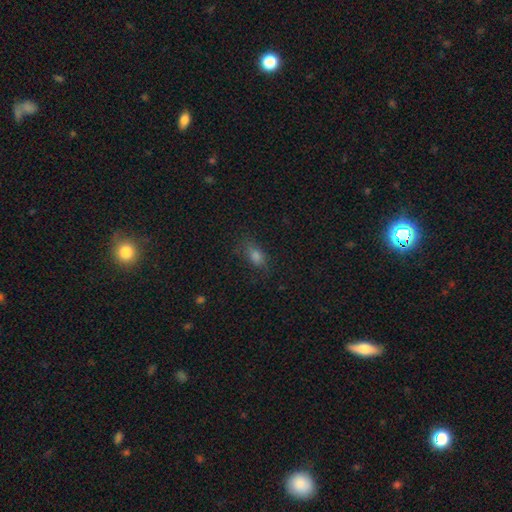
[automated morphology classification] smooth-or-featured: smooth: 70% | star or artifact: 19% | featured or disk: 11%
  how-rounded: in between: 74% | round: 15% | cigar-shaped: 11%
  merging: none: 72% | minor disturbance: 19% | major disturbance: 8% | merger: 2%